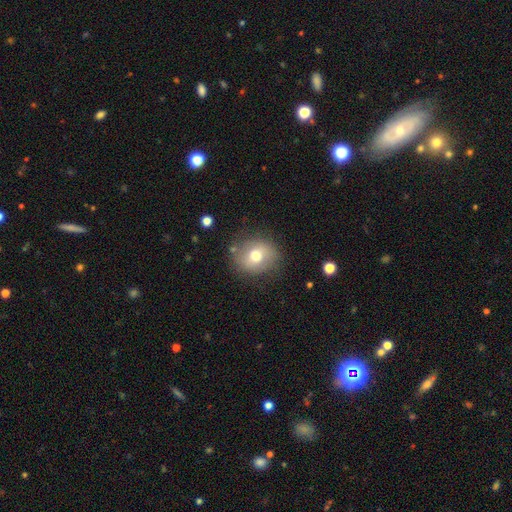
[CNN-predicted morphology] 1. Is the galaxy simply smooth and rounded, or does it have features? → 67% smooth, 23% featured or disk, 9% star or artifact.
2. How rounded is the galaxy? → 73% round, 26% in between, 1% cigar-shaped.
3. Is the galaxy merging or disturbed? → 78% none, 15% minor disturbance, 5% major disturbance, 2% merger.